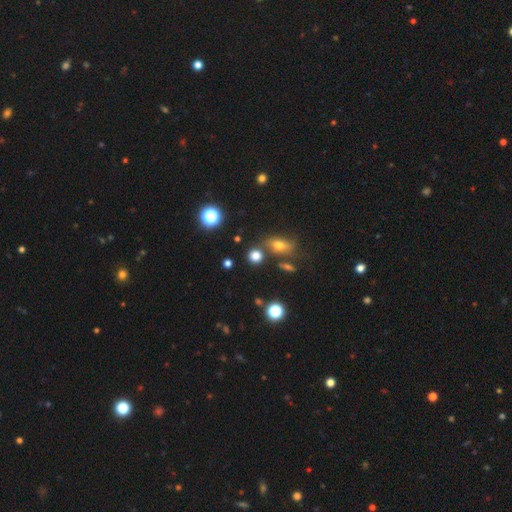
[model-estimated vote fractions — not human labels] Smooth or featured: smooth — 75% (star or artifact — 17%)
How rounded: round — 82% (in between — 16%)
Merging: none — 75% (merger — 12%)